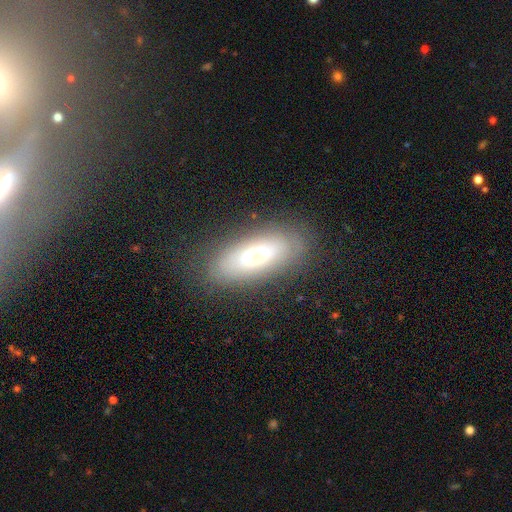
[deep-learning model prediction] Q: Smooth or featured?
A: smooth (59%); runner-up: featured or disk (31%)
Q: How rounded?
A: in between (75%); runner-up: cigar-shaped (22%)
Q: Merging?
A: none (83%); runner-up: minor disturbance (11%)